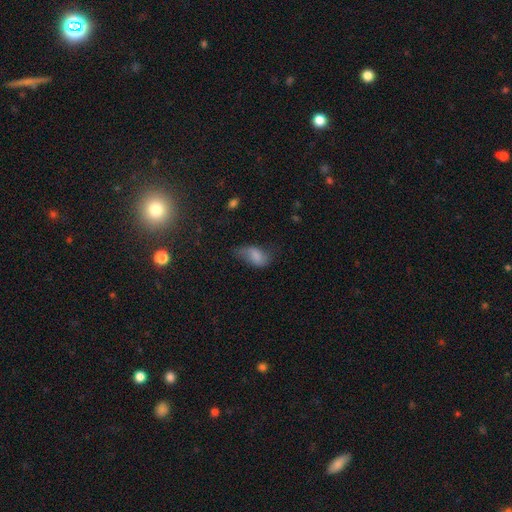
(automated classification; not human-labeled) Morphology: type=smooth (71%); roundness=in between (92%); merging=none (41%).